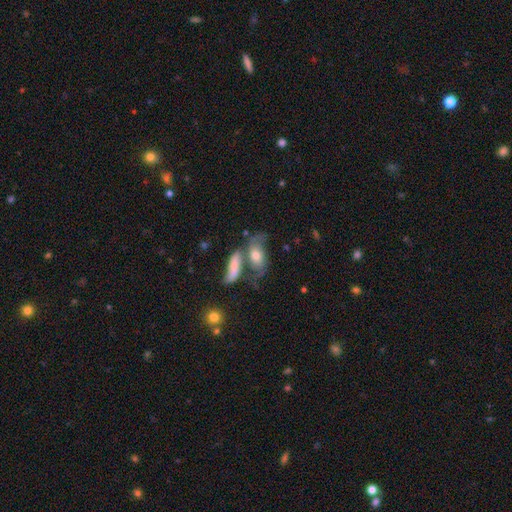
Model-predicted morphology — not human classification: smooth 49%, featured or disk 42%, star or artifact 9%. Down the decision tree: merging — merger (39%).